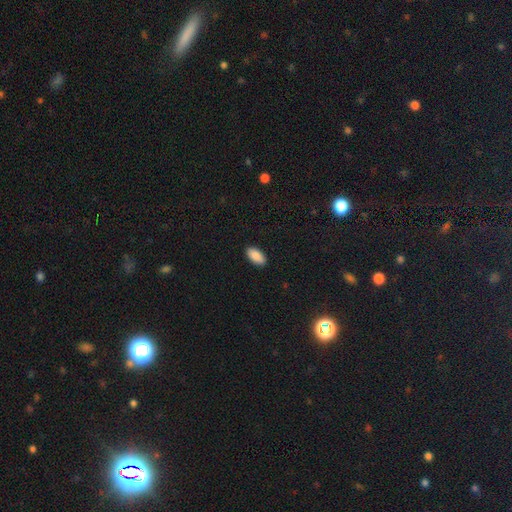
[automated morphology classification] Overall: smooth (88%). How rounded: in between (93%). Merging: none (90%).